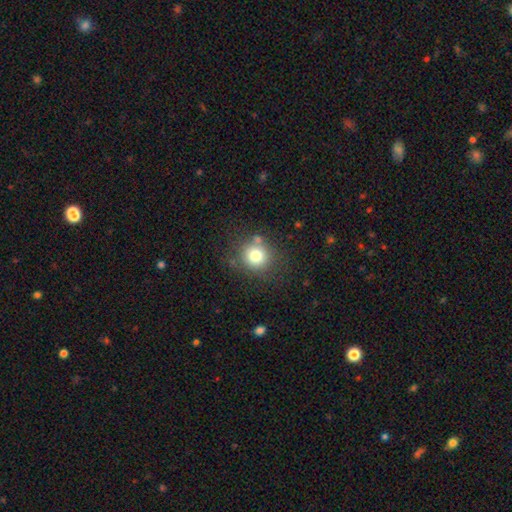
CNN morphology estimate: Overall: smooth (77%). How rounded: round (89%). Merging: none (75%).